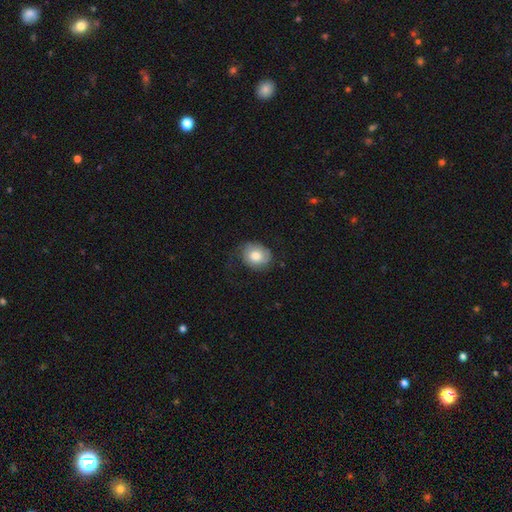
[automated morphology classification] Q: Smooth or featured?
A: smooth (68%); runner-up: featured or disk (25%)
Q: How rounded?
A: round (62%); runner-up: in between (37%)
Q: Merging?
A: none (57%); runner-up: minor disturbance (26%)